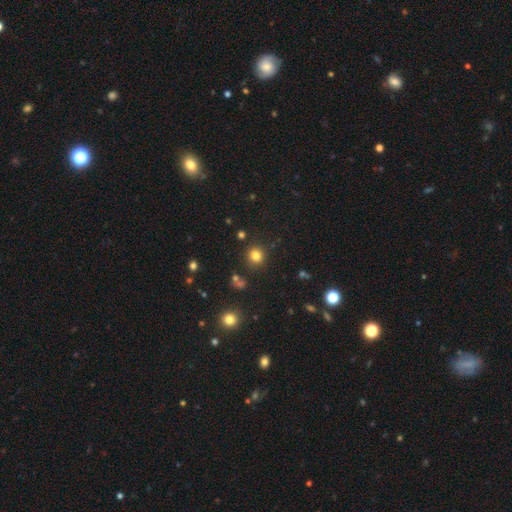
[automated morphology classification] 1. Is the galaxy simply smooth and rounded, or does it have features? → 80% smooth, 14% star or artifact, 6% featured or disk.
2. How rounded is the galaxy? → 90% round, 9% in between, 1% cigar-shaped.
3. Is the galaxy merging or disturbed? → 87% none, 7% minor disturbance, 3% merger, 3% major disturbance.